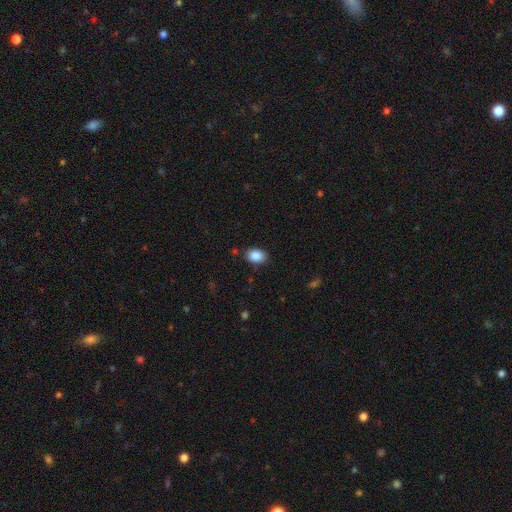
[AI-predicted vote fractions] The model was most divided on "how rounded": in between: 76%, round: 23%, cigar-shaped: 1%. More confident: smooth or featured — smooth (88%); merging — none (85%).